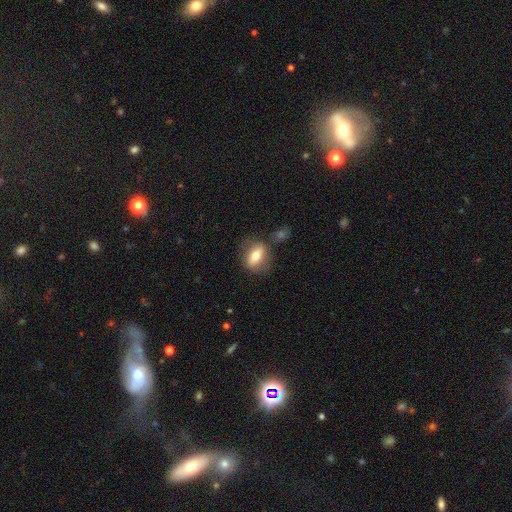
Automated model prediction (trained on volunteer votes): The model was most divided on "smooth or featured": smooth: 58%, featured or disk: 34%, star or artifact: 8%. More confident: merging — none (70%); how rounded — in between (65%).